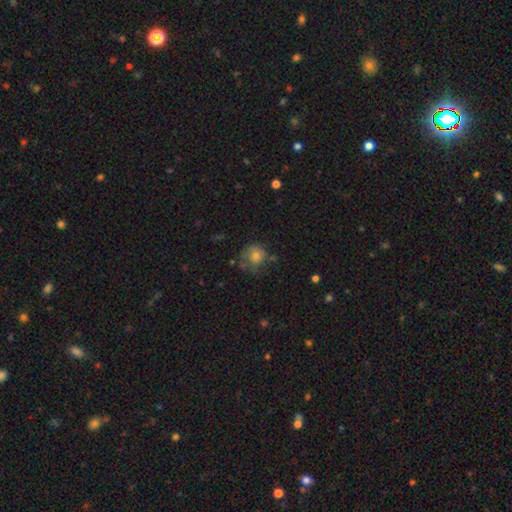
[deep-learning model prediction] This appears to be a smooth galaxy with no disk features (65%) that is round (83%). Merging: none (54%).